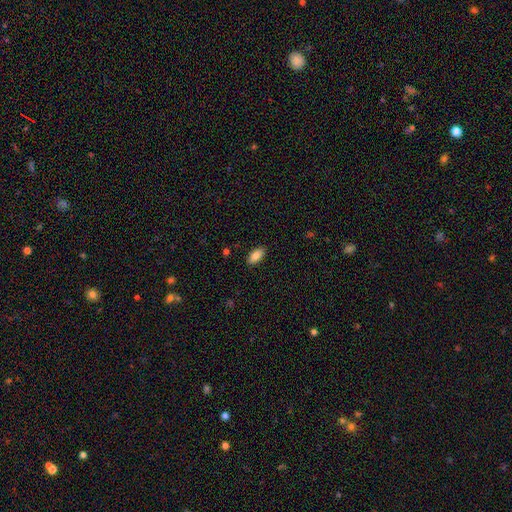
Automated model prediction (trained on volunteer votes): Smooth or featured: smooth — 86% (featured or disk — 7%)
How rounded: in between — 91% (cigar-shaped — 7%)
Merging: none — 89% (minor disturbance — 8%)